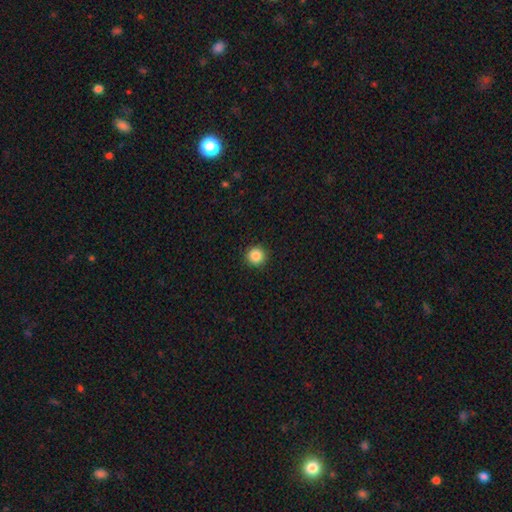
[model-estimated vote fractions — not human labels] This appears to be a smooth galaxy with no disk features (86%) that is round (96%). Merging: none (93%).